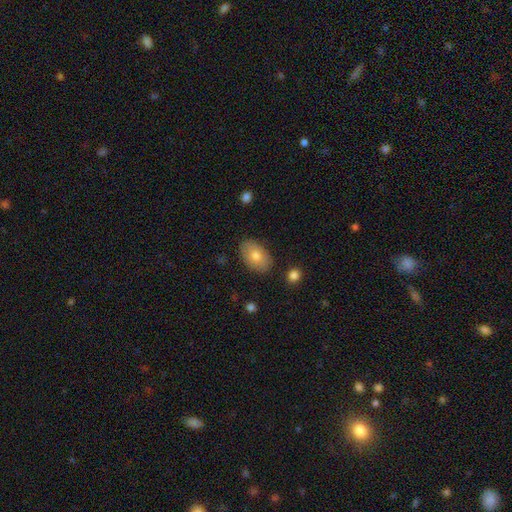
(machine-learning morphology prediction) smooth 76%, featured or disk 16%, star or artifact 7%. Down the decision tree: how rounded — in between (90%); merging — none (85%).